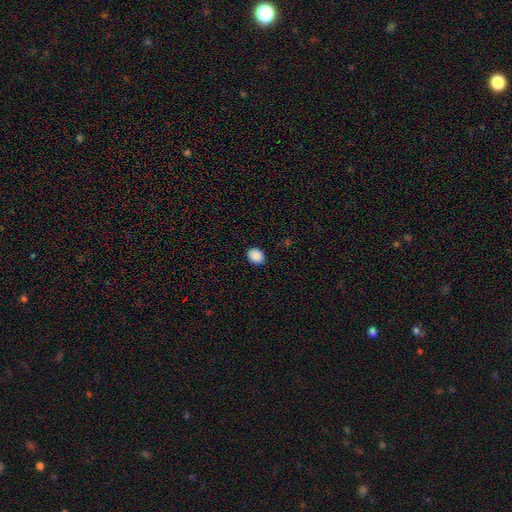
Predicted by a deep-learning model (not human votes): This is clearly a smooth galaxy (90%). How rounded: possibly round (53%). Merging: clearly none (90%).